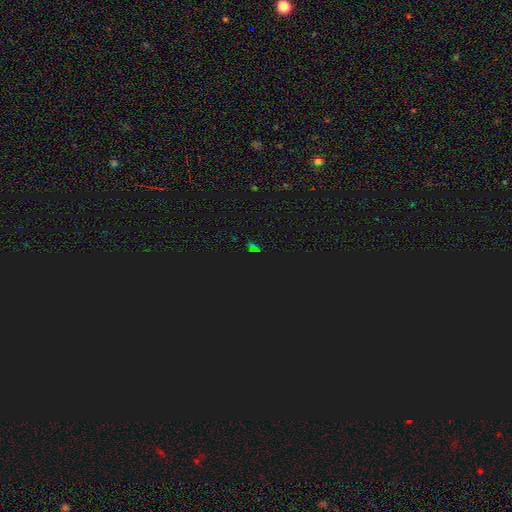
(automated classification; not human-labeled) A star or artifact, not a galaxy (74%).

Vote fractions:
- Smooth or featured? star or artifact: 74% / smooth: 18% / featured or disk: 8%